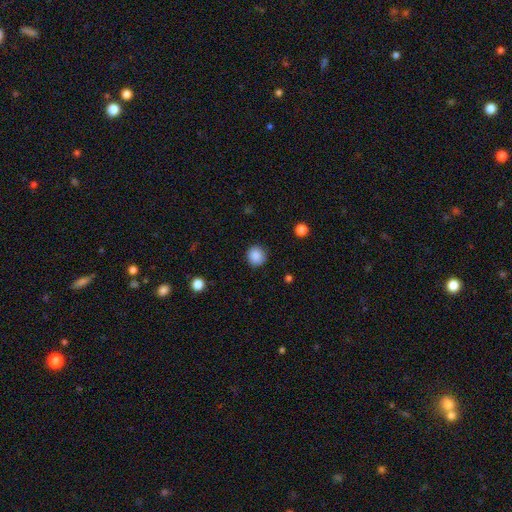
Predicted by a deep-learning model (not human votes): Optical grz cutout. It shows a smooth galaxy with no disk features (88%) that is round (90%). Merging: none (90%).